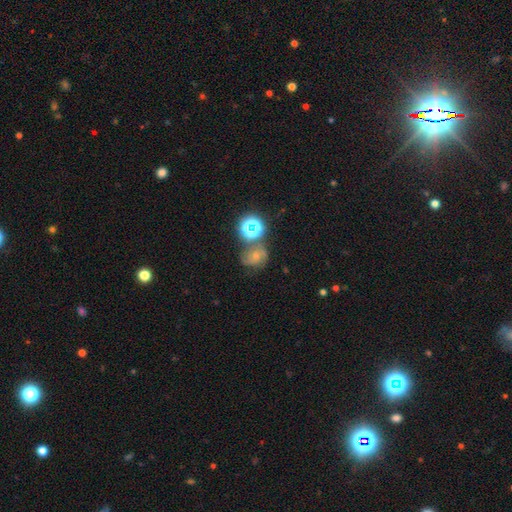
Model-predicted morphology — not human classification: Smooth or featured: featured or disk — 47% (smooth — 32%)
Merging: none — 54% (minor disturbance — 20%)